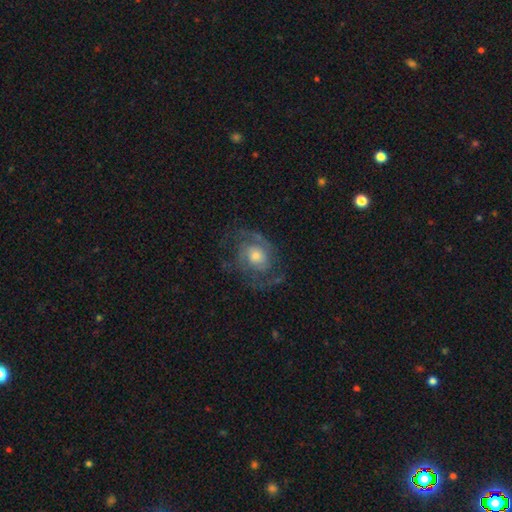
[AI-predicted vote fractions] smooth_or_featured: featured or disk (p=0.76) [alt: smooth p=0.17]
disk_edge_on: no (p=0.97) [alt: yes p=0.03]
bar: no (p=0.73) [alt: weak p=0.23]
has_spiral_arms: yes (p=0.87) [alt: no p=0.13]
spiral_winding: medium (p=0.46) [alt: tight p=0.37]
spiral_arm_count: 2 (p=0.55) [alt: can't tell p=0.21]
bulge_size: moderate (p=0.58) [alt: small p=0.26]
merging: none (p=0.63) [alt: minor disturbance p=0.18]